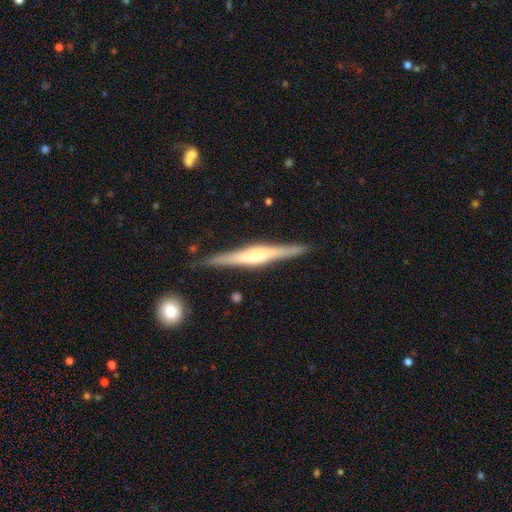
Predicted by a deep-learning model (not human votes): Smooth or featured?
  - featured or disk: 75% *
  - smooth: 20%
  - star or artifact: 6%
Edge-on disk?
  - yes: 98% *
  - no: 2%
Edge-on bulge?
  - rounded: 68% *
  - boxy: 25%
  - none: 7%
Merging?
  - none: 88% *
  - minor disturbance: 9%
  - major disturbance: 2%
  - merger: 1%